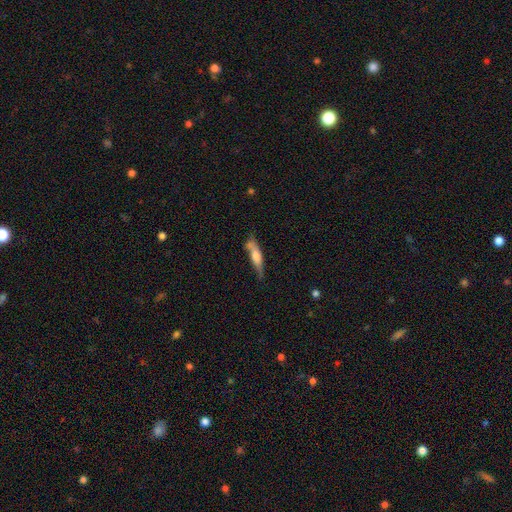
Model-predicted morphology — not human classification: A smooth galaxy with no disk features (49%).

Vote fractions:
- Smooth or featured? smooth: 49% / featured or disk: 45% / star or artifact: 7%
- Merging? none: 57% / minor disturbance: 25% / merger: 10% / major disturbance: 8%